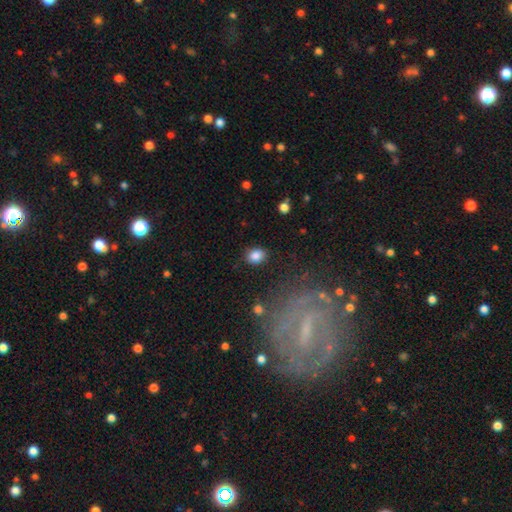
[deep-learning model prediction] smooth-or-featured: smooth: 85% | star or artifact: 9% | featured or disk: 6%
  how-rounded: in between: 61% | round: 38% | cigar-shaped: 1%
  merging: none: 85% | minor disturbance: 10% | major disturbance: 3% | merger: 2%